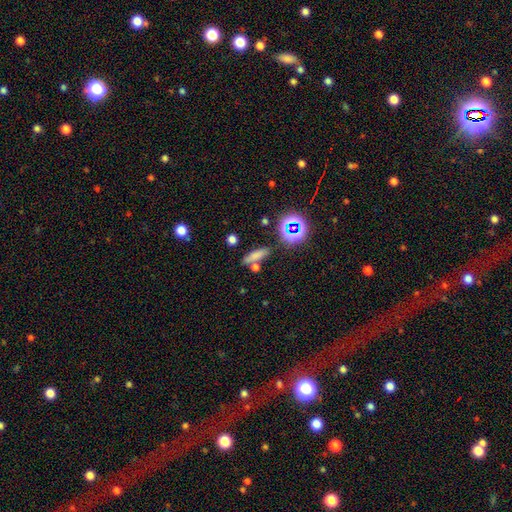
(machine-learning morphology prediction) smooth-or-featured: smooth: 70% | star or artifact: 18% | featured or disk: 12%
  how-rounded: cigar-shaped: 60% | in between: 32% | round: 8%
  merging: none: 72% | merger: 12% | minor disturbance: 11% | major disturbance: 4%